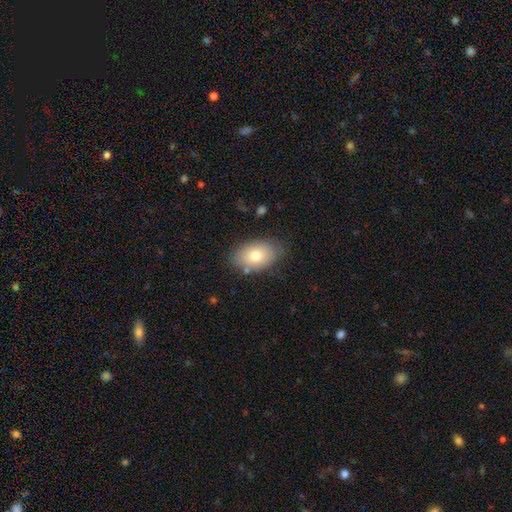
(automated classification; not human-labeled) A smooth galaxy with no disk features (76%) that is in between round and cigar-shaped (89%). Merging: none (79%).